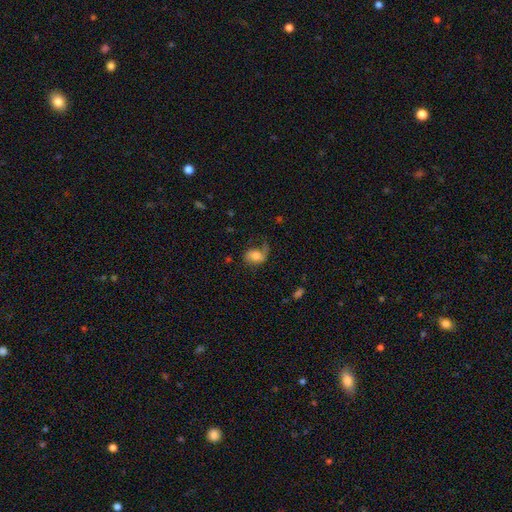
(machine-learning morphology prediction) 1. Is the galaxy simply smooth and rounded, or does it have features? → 59% smooth, 32% featured or disk, 9% star or artifact.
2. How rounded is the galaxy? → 74% in between, 24% round, 1% cigar-shaped.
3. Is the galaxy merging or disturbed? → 39% none, 32% major disturbance, 27% minor disturbance, 3% merger.